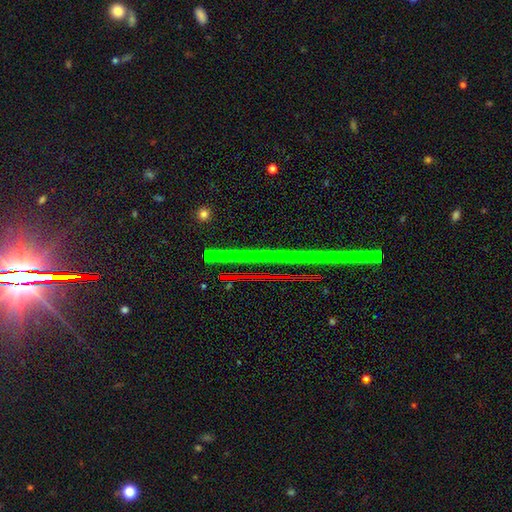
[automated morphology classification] This appears to be a star or artifact, not a galaxy (82%).